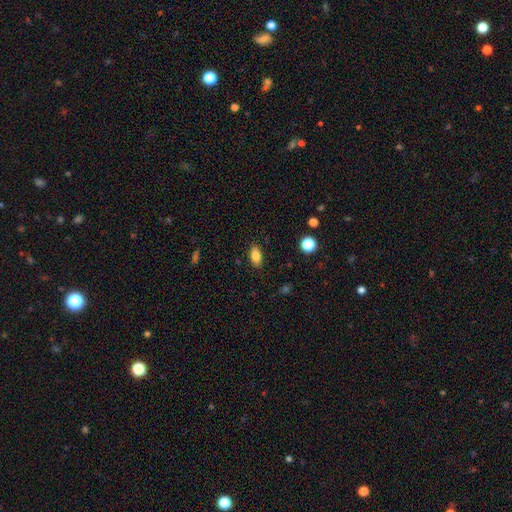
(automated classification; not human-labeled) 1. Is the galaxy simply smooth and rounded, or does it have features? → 84% smooth, 9% star or artifact, 7% featured or disk.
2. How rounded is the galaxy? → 89% in between, 6% round, 5% cigar-shaped.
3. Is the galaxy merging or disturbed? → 87% none, 9% minor disturbance, 2% major disturbance, 1% merger.